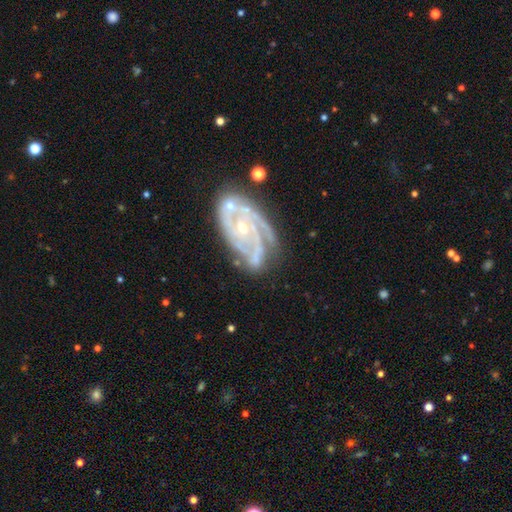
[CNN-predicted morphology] Overall: featured or disk (85%). Edge-on disk: no (97%). Bar: no (67%). Spiral arms: yes (93%). Spiral arm count: 3 (33%; 2 24%). Spiral winding: tight (57%; medium 34%). Bulge size: small (50%; moderate 45%). Merging: none (56%; minor disturbance 23%).